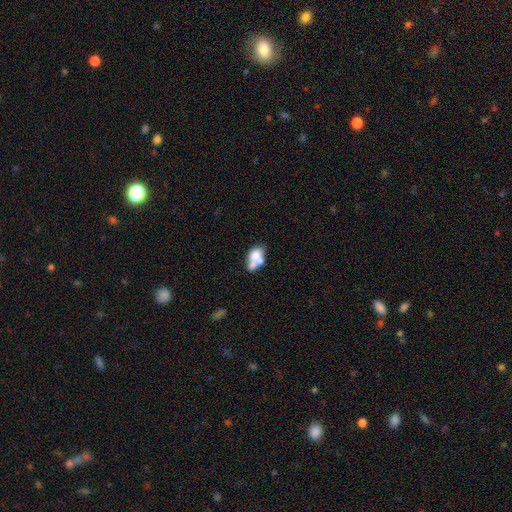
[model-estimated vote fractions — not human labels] smooth_or_featured: smooth (p=0.58) [alt: featured or disk p=0.33]
how_rounded: in between (p=0.77) [alt: round p=0.21]
merging: merger (p=0.53) [alt: none p=0.24]